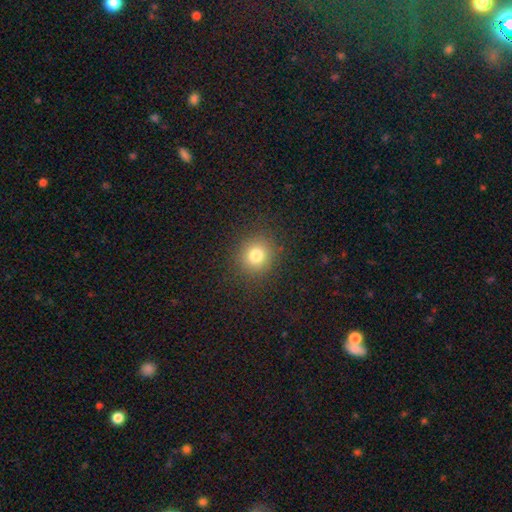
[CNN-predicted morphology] Smooth or featured: smooth — 79% (star or artifact — 13%)
How rounded: round — 88% (in between — 11%)
Merging: none — 89% (minor disturbance — 7%)